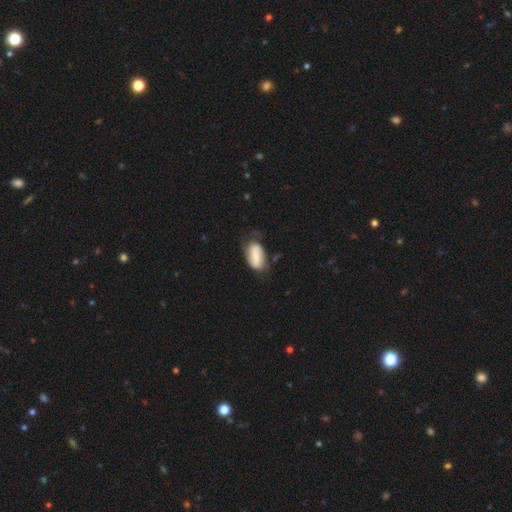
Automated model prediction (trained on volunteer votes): Smooth or featured: smooth — 63% (featured or disk — 30%)
How rounded: in between — 91% (cigar-shaped — 5%)
Merging: none — 56% (minor disturbance — 30%)